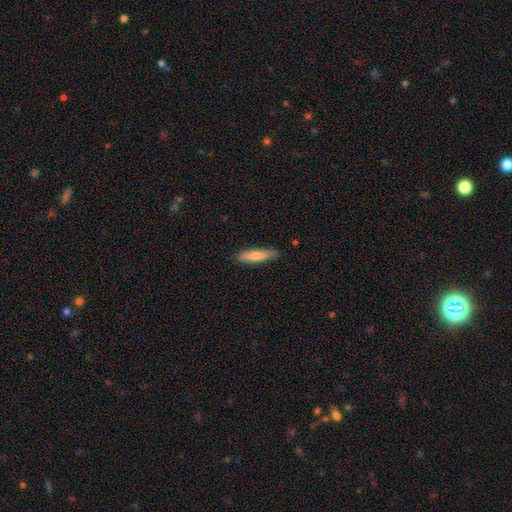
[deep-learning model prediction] Smooth or featured: smooth — 78% (featured or disk — 17%)
How rounded: cigar-shaped — 82% (in between — 17%)
Merging: none — 85% (minor disturbance — 11%)